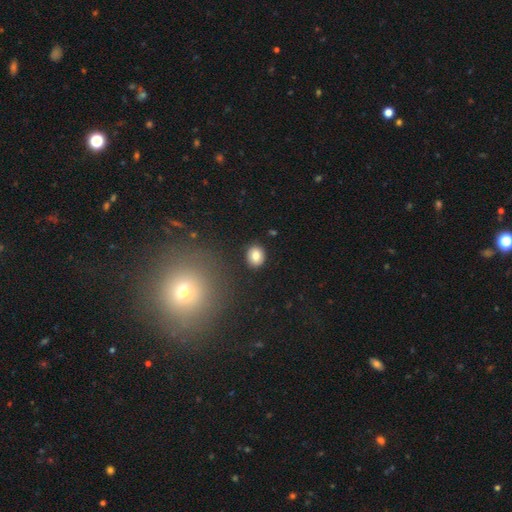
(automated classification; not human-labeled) This appears to be a smooth galaxy with no disk features (81%) that is round (63%). Merging: none (89%).